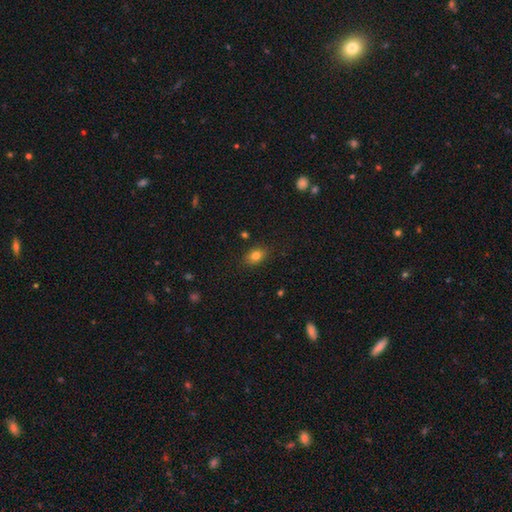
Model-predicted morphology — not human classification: This appears to be a smooth galaxy with no disk features (81%) that is in between round and cigar-shaped (69%). Merging: none (84%).